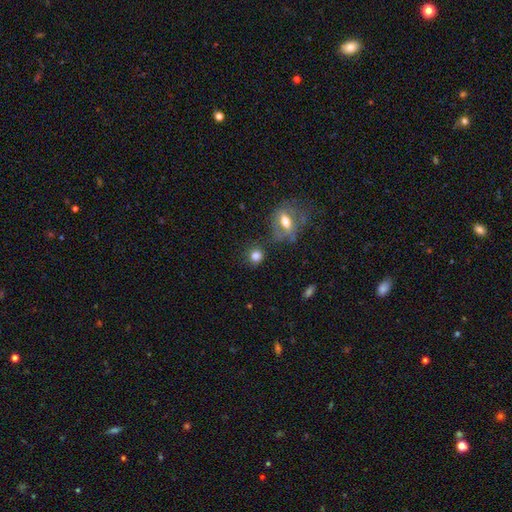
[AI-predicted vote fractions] Smooth or featured? smooth (79%)
How rounded? round (86%)
Merging? none (78%)